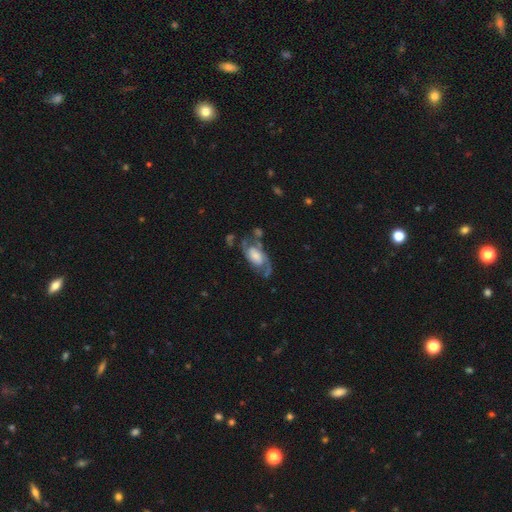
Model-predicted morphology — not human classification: Smooth or featured?
  - featured or disk: 79% *
  - smooth: 15%
  - star or artifact: 6%
Edge-on disk?
  - no: 95% *
  - yes: 5%
Bar?
  - no: 56% *
  - weak: 34%
  - strong: 10%
Spiral arms?
  - yes: 93% *
  - no: 7%
Spiral winding?
  - medium: 48% *
  - loose: 30%
  - tight: 22%
Spiral arm count?
  - 2: 83% *
  - can't tell: 6%
  - 1: 6%
  - 3: 2%
  - 4: 1%
  - more than 4: 1%
Bulge size?
  - large: 31% *
  - moderate: 27%
  - small: 22%
  - none: 15%
  - dominant: 5%
Merging?
  - none: 52% *
  - minor disturbance: 21%
  - major disturbance: 19%
  - merger: 7%